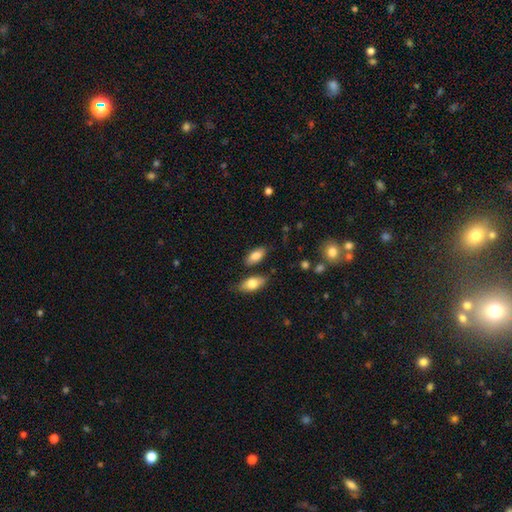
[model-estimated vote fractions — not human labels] Q: Smooth or featured?
A: smooth (83%); runner-up: featured or disk (10%)
Q: How rounded?
A: in between (88%); runner-up: cigar-shaped (9%)
Q: Merging?
A: none (76%); runner-up: minor disturbance (13%)